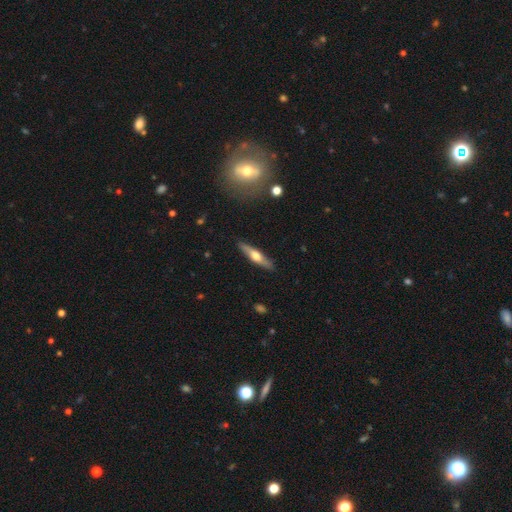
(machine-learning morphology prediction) type=featured or disk (54%); edge-on=yes (93%); merging=none (88%).